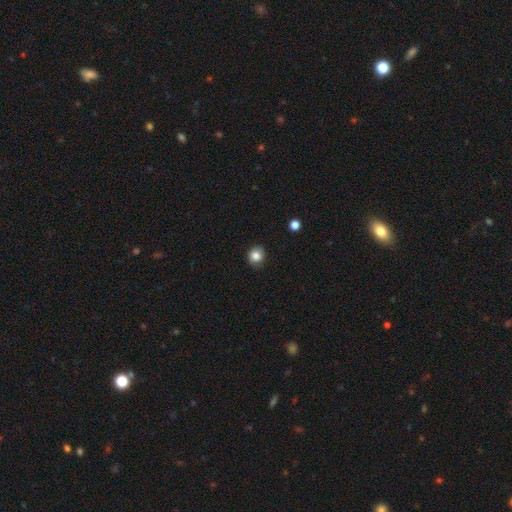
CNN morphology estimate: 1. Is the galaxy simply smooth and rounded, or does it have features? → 83% smooth, 10% star or artifact, 7% featured or disk.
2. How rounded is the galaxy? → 82% round, 17% in between, 1% cigar-shaped.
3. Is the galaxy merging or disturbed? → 86% none, 11% minor disturbance, 2% major disturbance, 1% merger.